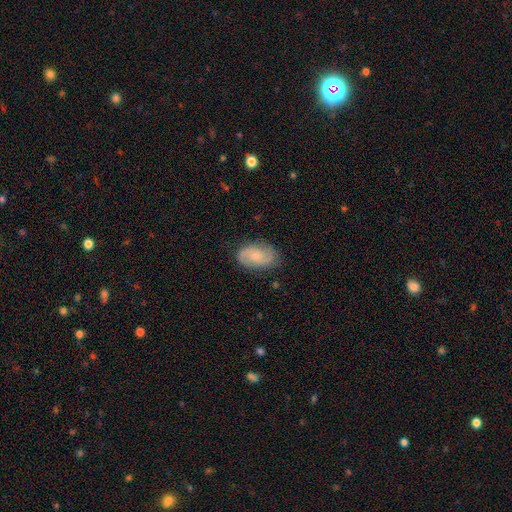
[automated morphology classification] Smooth or featured: featured or disk — 66% (smooth — 28%)
Edge-on disk: no — 97% (yes — 3%)
Bar: no — 67% (weak — 29%)
Spiral arms: yes — 93% (no — 7%)
Spiral winding: medium — 46% (tight — 33%)
Spiral arm count: 2 — 84% (can't tell — 9%)
Bulge size: small — 62% (moderate — 29%)
Merging: none — 79% (minor disturbance — 16%)